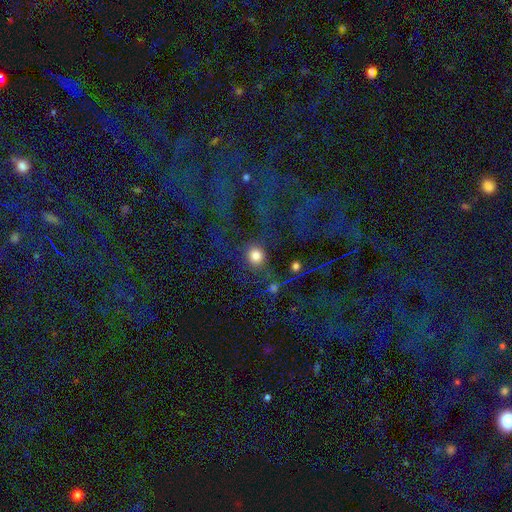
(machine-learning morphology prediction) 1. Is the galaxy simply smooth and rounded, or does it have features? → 70% smooth, 18% star or artifact, 12% featured or disk.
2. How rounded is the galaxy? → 83% round, 15% in between, 2% cigar-shaped.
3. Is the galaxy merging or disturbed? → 64% none, 15% major disturbance, 13% minor disturbance, 8% merger.